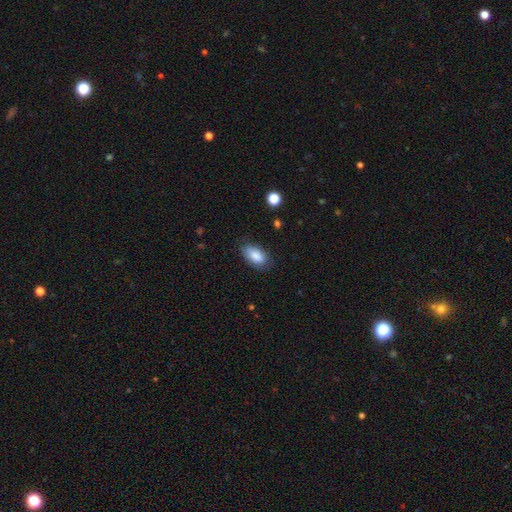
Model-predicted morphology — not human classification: This is clearly a smooth galaxy (86%). How rounded: clearly in between (93%). Merging: likely none (78%).